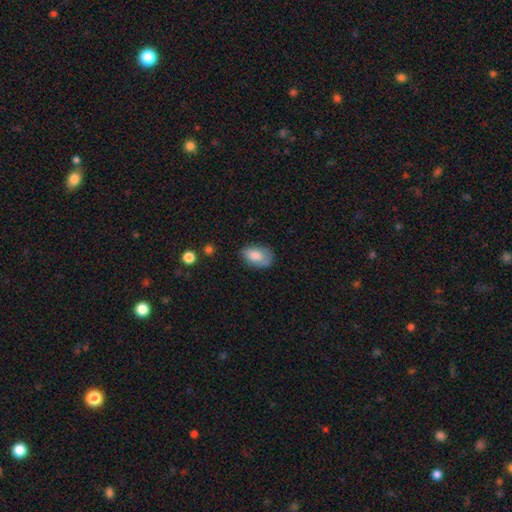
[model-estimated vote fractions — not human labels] smooth_or_featured: smooth (p=0.78) [alt: featured or disk p=0.15]
how_rounded: in between (p=0.89) [alt: round p=0.10]
merging: none (p=0.61) [alt: minor disturbance p=0.28]